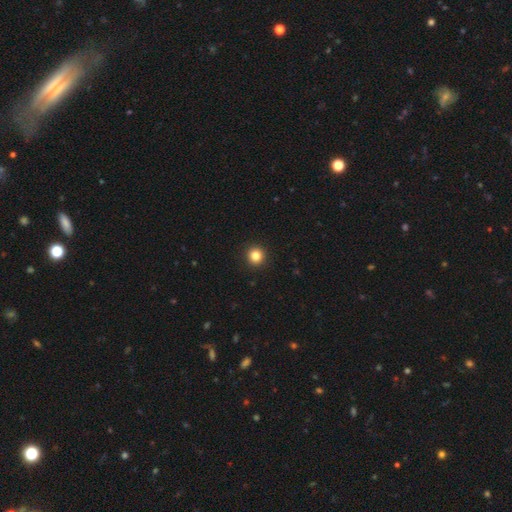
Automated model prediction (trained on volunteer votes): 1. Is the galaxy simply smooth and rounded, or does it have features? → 83% smooth, 12% star or artifact, 5% featured or disk.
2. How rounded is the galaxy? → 94% round, 5% in between, 1% cigar-shaped.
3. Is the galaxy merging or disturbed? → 94% none, 4% minor disturbance, 1% major disturbance, 1% merger.